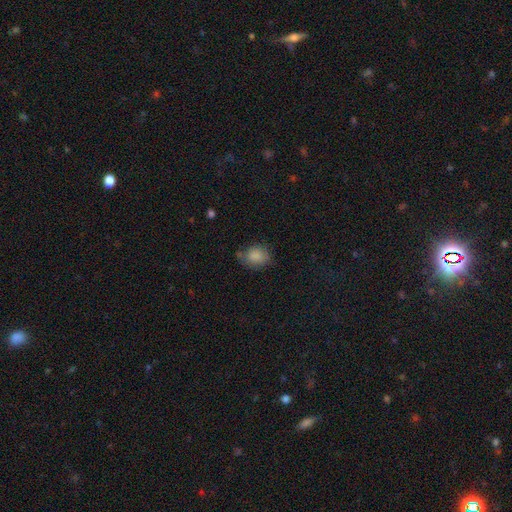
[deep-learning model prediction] smooth-or-featured: smooth: 84% | star or artifact: 9% | featured or disk: 7%
  how-rounded: round: 53% | in between: 46% | cigar-shaped: 1%
  merging: none: 59% | minor disturbance: 28% | major disturbance: 8% | merger: 5%